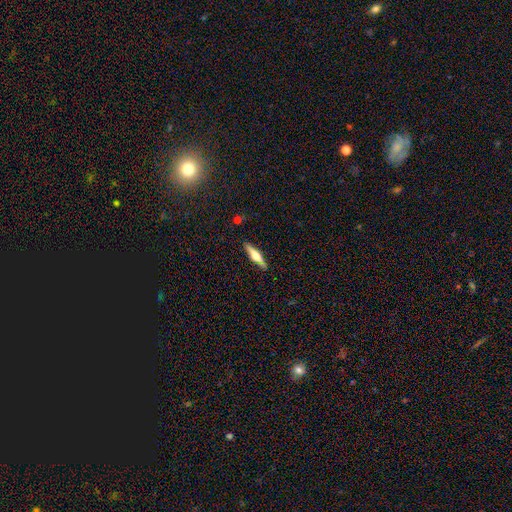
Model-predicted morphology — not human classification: The model was most divided on "smooth or featured": featured or disk: 56%, smooth: 38%, star or artifact: 6%. More confident: edge-on disk — yes (95%); edge-on bulge — rounded (91%); merging — none (83%).